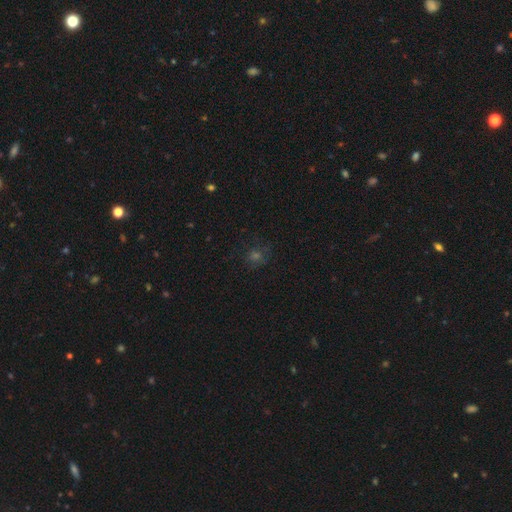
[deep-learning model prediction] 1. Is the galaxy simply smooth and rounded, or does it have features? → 48% smooth, 38% star or artifact, 13% featured or disk.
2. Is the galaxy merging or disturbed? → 81% none, 12% minor disturbance, 6% major disturbance, 2% merger.